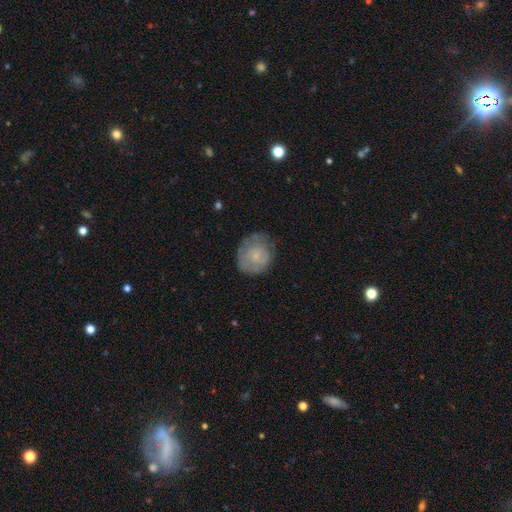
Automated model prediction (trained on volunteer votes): Q: Smooth or featured?
A: smooth (56%); runner-up: featured or disk (36%)
Q: How rounded?
A: round (74%); runner-up: in between (25%)
Q: Merging?
A: none (61%); runner-up: minor disturbance (26%)